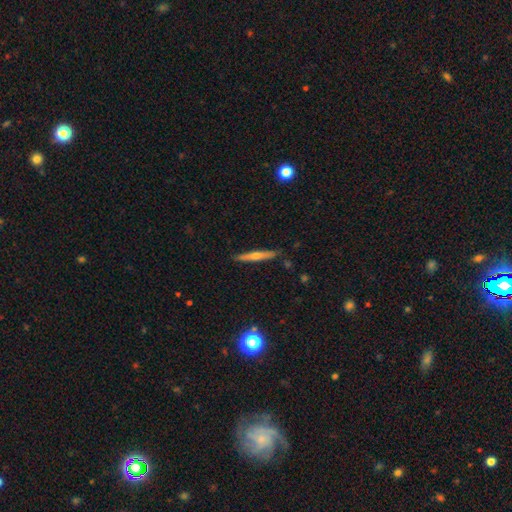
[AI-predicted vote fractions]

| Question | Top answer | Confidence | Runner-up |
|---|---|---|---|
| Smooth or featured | featured or disk | 64% | smooth (28%) |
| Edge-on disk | yes | 97% | no (3%) |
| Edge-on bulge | rounded | 80% | none (16%) |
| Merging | none | 90% | minor disturbance (7%) |